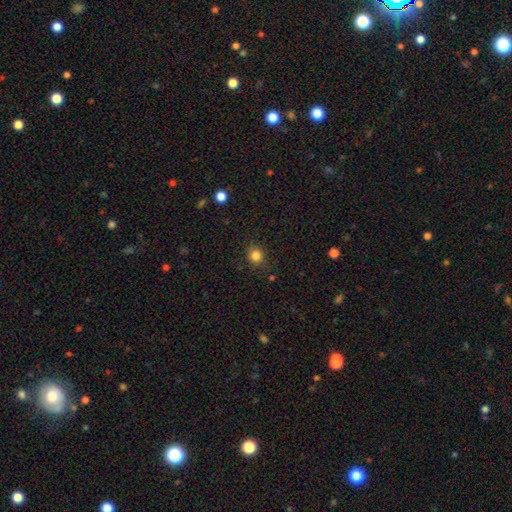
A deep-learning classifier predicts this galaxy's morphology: Smooth or featured?
  - smooth: 83% *
  - star or artifact: 12%
  - featured or disk: 4%
How rounded?
  - round: 85% *
  - in between: 14%
  - cigar-shaped: 1%
Merging?
  - none: 85% *
  - minor disturbance: 10%
  - major disturbance: 3%
  - merger: 2%